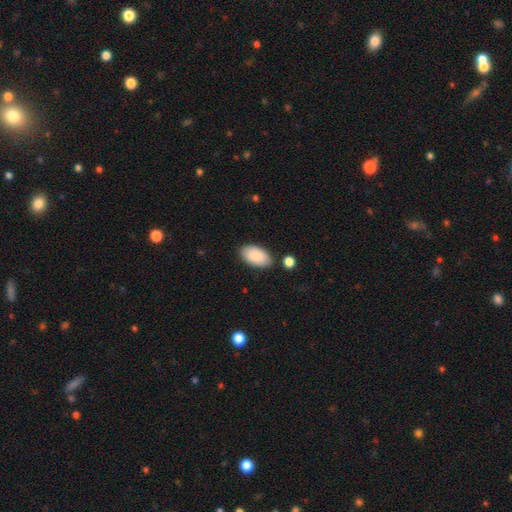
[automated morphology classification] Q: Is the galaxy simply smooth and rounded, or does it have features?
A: smooth — 89%.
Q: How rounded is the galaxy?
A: in between — 96%.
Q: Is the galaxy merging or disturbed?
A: none — 83%.